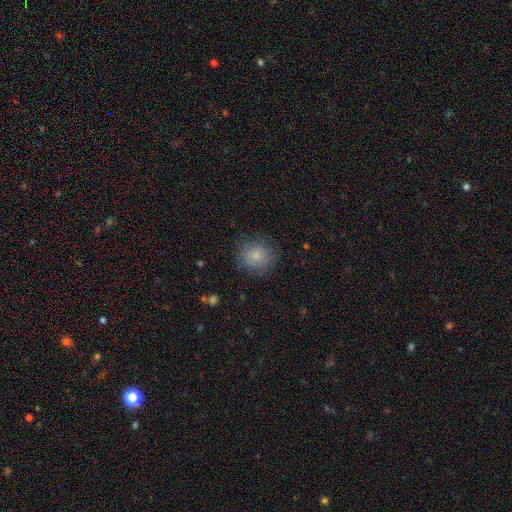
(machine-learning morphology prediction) A smooth galaxy with no disk features (82%) that is round (87%).

Vote fractions:
- Smooth or featured? smooth: 82% / star or artifact: 9% / featured or disk: 8%
- How rounded? round: 87% / in between: 12% / cigar-shaped: 1%
- Merging? none: 82% / minor disturbance: 13% / major disturbance: 4% / merger: 1%